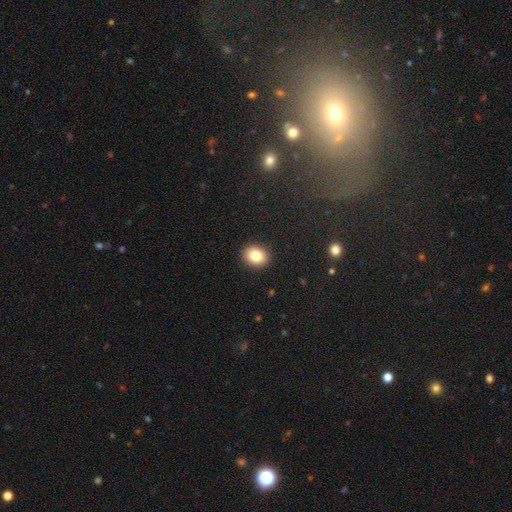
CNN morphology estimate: This is clearly a smooth galaxy (84%). How rounded: possibly in between (55%). Merging: clearly none (91%).